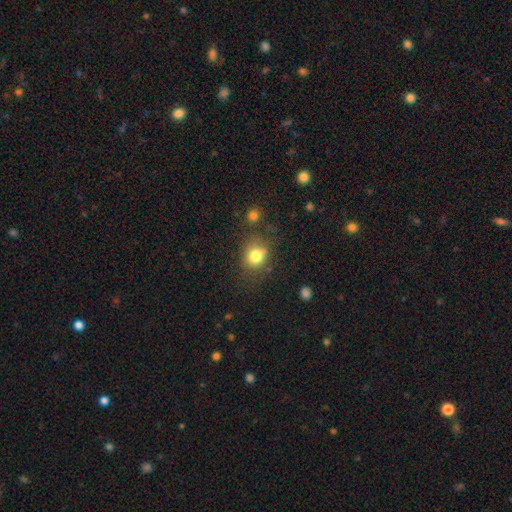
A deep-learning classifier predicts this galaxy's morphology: A smooth galaxy with no disk features (80%) that is round (67%). Merging: none (72%).